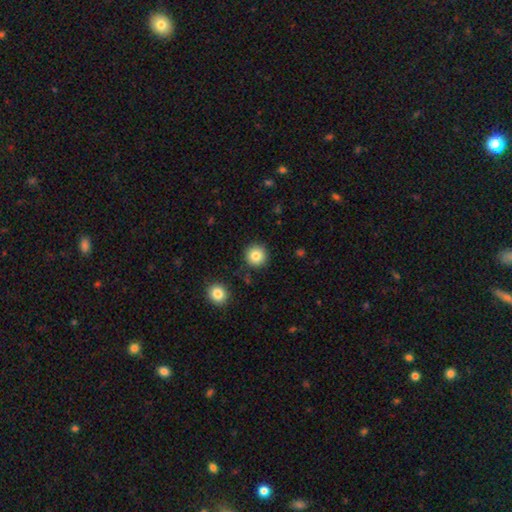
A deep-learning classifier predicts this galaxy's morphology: type=smooth (83%); roundness=round (95%); merging=none (89%).